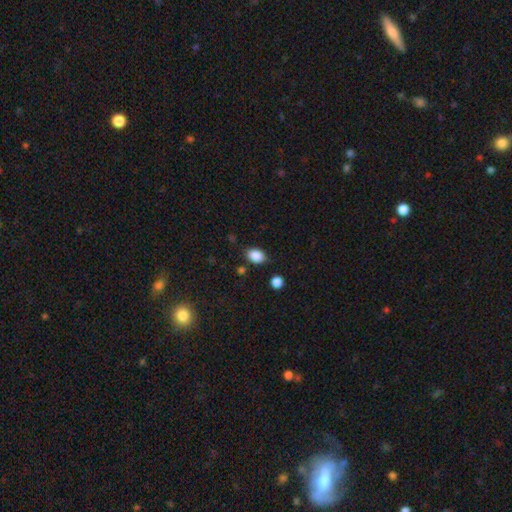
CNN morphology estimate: smooth_or_featured: smooth (p=0.87) [alt: star or artifact p=0.09]
how_rounded: in between (p=0.77) [alt: round p=0.22]
merging: none (p=0.79) [alt: minor disturbance p=0.14]